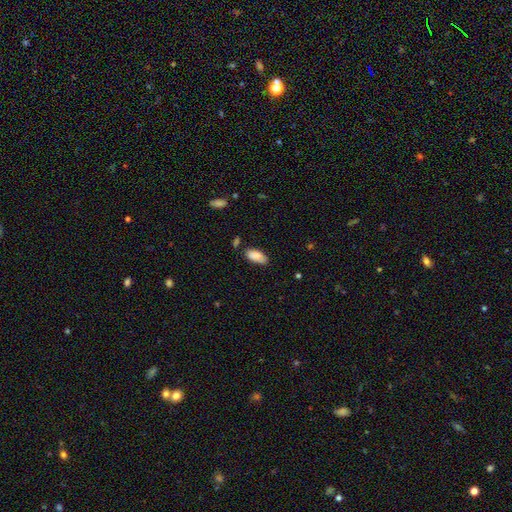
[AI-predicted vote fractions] Smooth or featured? smooth (85%)
How rounded? in between (90%)
Merging? none (73%)